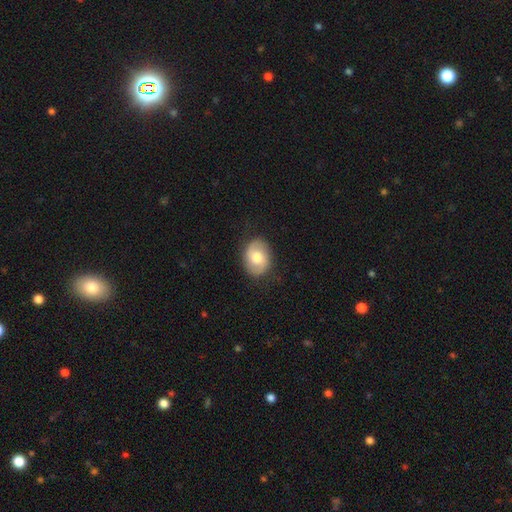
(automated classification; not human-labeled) The model was most divided on "smooth or featured": smooth: 54%, featured or disk: 39%, star or artifact: 7%. More confident: merging — none (82%); how rounded — in between (69%).